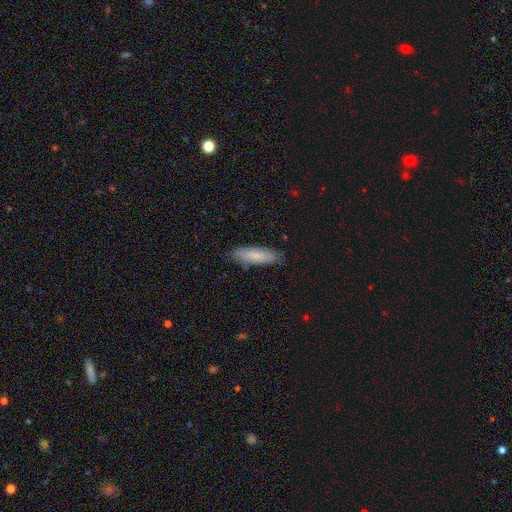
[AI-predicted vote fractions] A smooth galaxy with no disk features (74%) that is cigar-shaped (52%). Merging: none (81%).